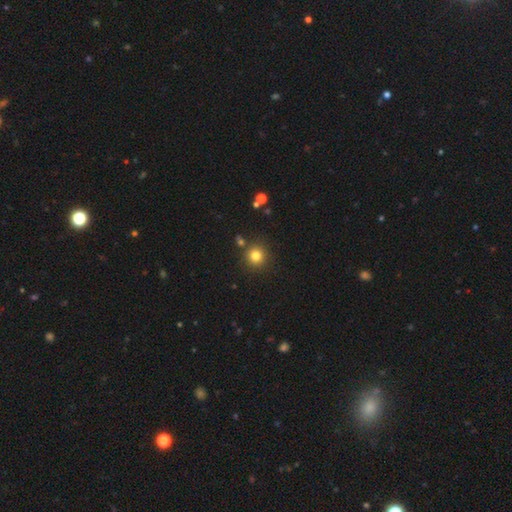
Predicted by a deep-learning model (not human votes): Q: Smooth or featured?
A: smooth (80%); runner-up: star or artifact (14%)
Q: How rounded?
A: round (93%); runner-up: in between (6%)
Q: Merging?
A: none (85%); runner-up: minor disturbance (7%)